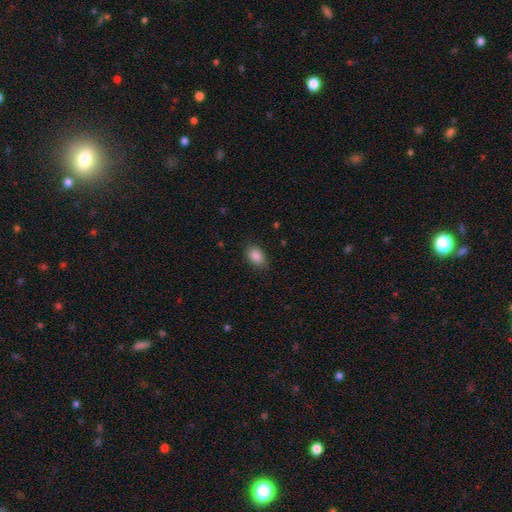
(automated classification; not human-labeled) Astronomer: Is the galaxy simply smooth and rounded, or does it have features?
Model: smooth — 88%.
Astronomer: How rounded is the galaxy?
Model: in between — 86%.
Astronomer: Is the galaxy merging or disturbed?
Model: none — 81%.